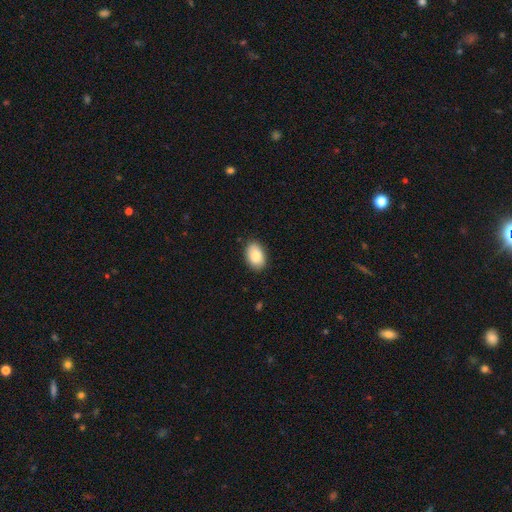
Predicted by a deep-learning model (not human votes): Morphology: type=smooth (84%); roundness=in between (89%); merging=none (87%).